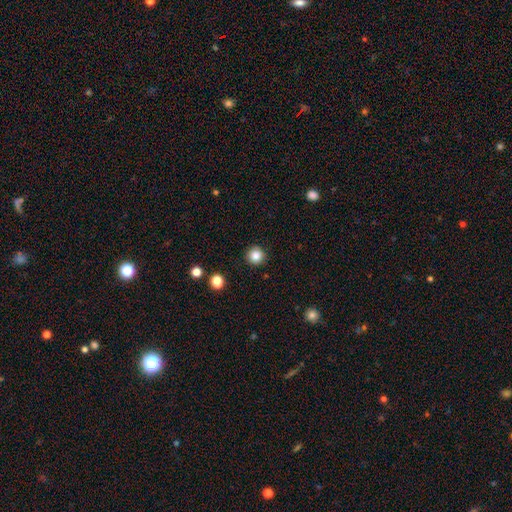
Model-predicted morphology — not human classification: type=smooth (85%); roundness=round (95%); merging=none (92%).